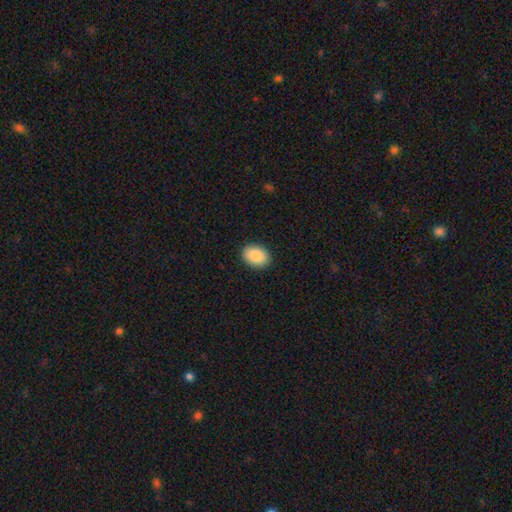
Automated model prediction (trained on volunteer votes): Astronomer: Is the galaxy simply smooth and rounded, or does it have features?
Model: smooth — 88%.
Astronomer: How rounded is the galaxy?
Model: in between — 77%.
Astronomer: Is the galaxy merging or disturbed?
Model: none — 90%.